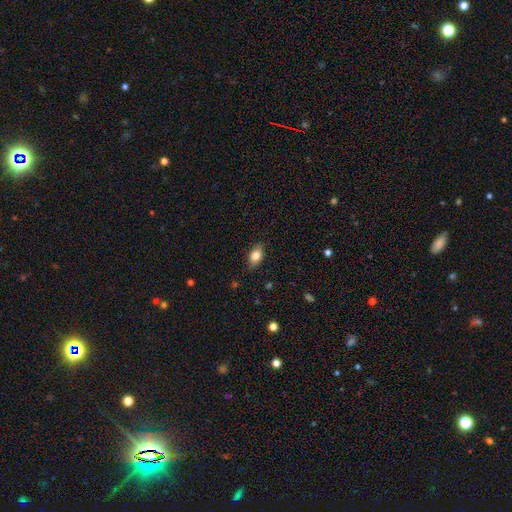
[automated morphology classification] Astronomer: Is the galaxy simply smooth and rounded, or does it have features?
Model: smooth — 81%.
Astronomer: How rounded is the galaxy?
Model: in between — 86%.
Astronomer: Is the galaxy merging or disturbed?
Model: none — 84%.